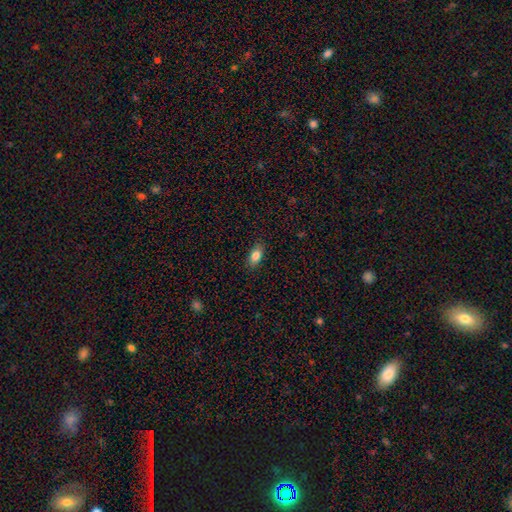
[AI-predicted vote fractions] Smooth or featured?
  - smooth: 84% *
  - star or artifact: 8%
  - featured or disk: 8%
How rounded?
  - in between: 89% *
  - round: 6%
  - cigar-shaped: 5%
Merging?
  - none: 88% *
  - minor disturbance: 9%
  - major disturbance: 2%
  - merger: 1%